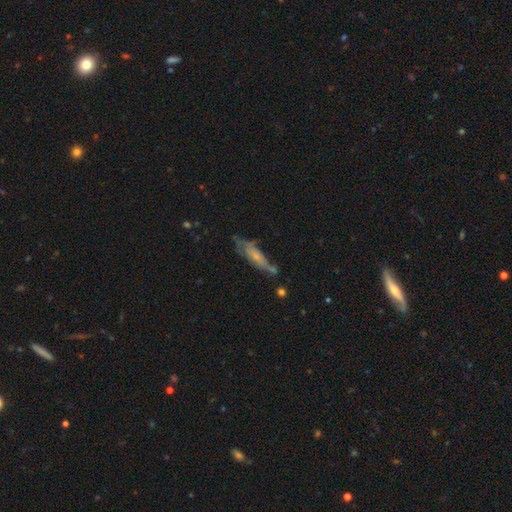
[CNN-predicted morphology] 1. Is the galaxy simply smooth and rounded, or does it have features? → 46% smooth, 45% featured or disk, 9% star or artifact.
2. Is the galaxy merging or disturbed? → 41% none, 28% minor disturbance, 18% major disturbance, 13% merger.